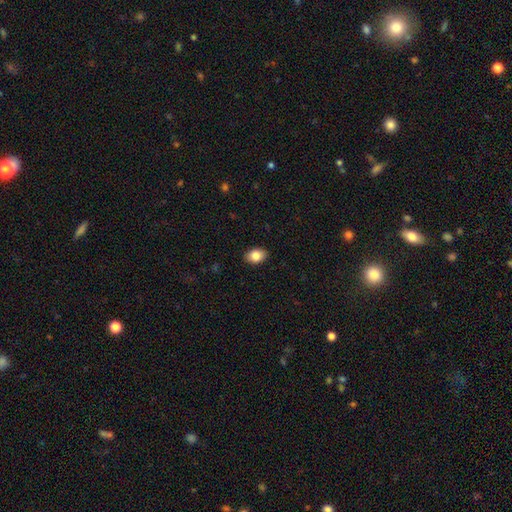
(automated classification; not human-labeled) smooth-or-featured: smooth: 84% | featured or disk: 8% | star or artifact: 8%
  how-rounded: in between: 83% | round: 16% | cigar-shaped: 1%
  merging: none: 89% | minor disturbance: 8% | major disturbance: 2% | merger: 1%